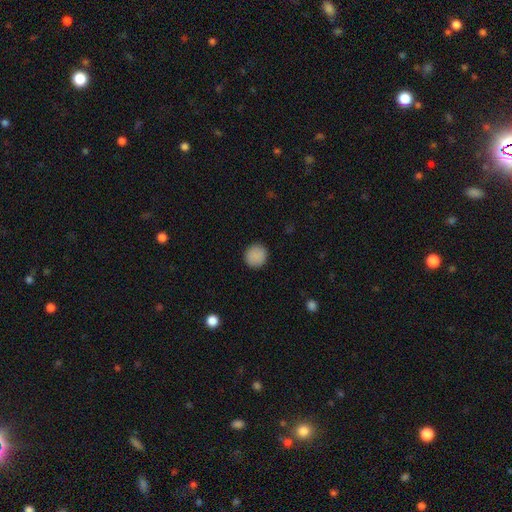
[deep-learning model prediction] Smooth or featured? Predicted: smooth (p=0.89). How rounded? Predicted: round (p=0.93). Merging? Predicted: none (p=0.92).